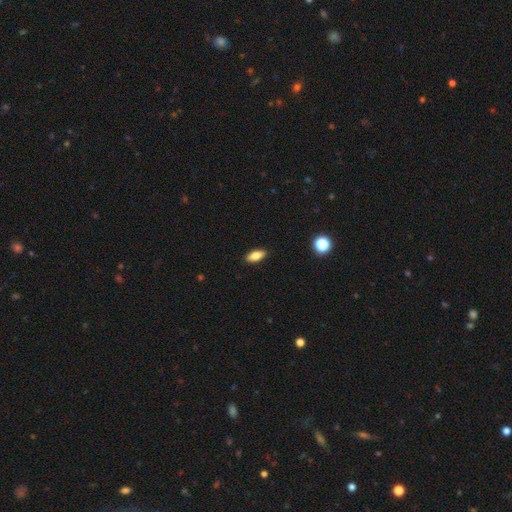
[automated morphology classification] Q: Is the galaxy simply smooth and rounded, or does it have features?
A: smooth — 79%.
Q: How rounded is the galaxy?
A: in between — 82%.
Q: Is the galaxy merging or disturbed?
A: none — 90%.